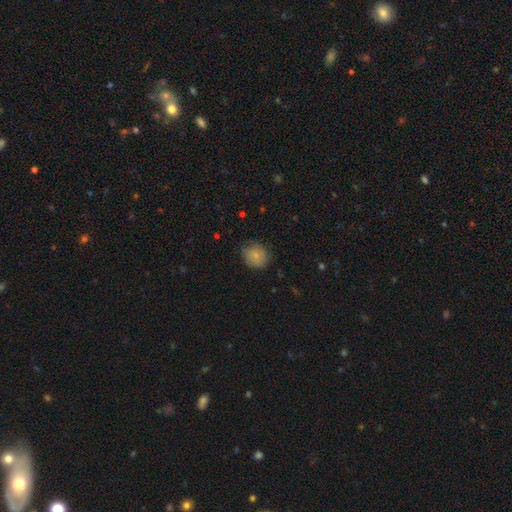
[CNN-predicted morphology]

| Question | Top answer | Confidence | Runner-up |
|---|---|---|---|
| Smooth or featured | smooth | 81% | featured or disk (10%) |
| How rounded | round | 81% | in between (19%) |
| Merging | none | 72% | minor disturbance (21%) |